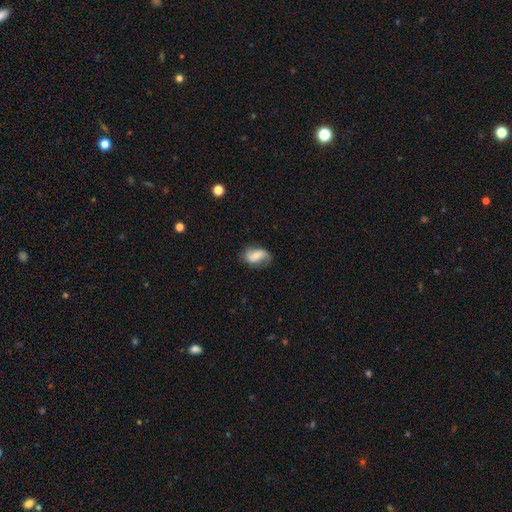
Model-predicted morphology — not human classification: type=smooth (49%); merging=none (59%).